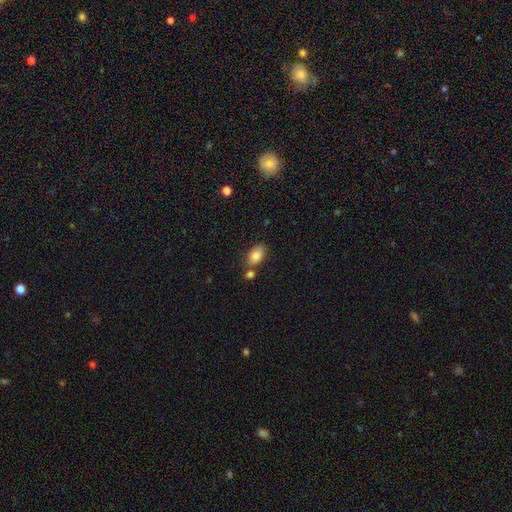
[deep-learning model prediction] A smooth galaxy with no disk features (86%) that is in between round and cigar-shaped (91%).

Vote fractions:
- Smooth or featured? smooth: 86% / star or artifact: 8% / featured or disk: 6%
- How rounded? in between: 91% / round: 7% / cigar-shaped: 2%
- Merging? none: 62% / merger: 17% / minor disturbance: 17% / major disturbance: 4%